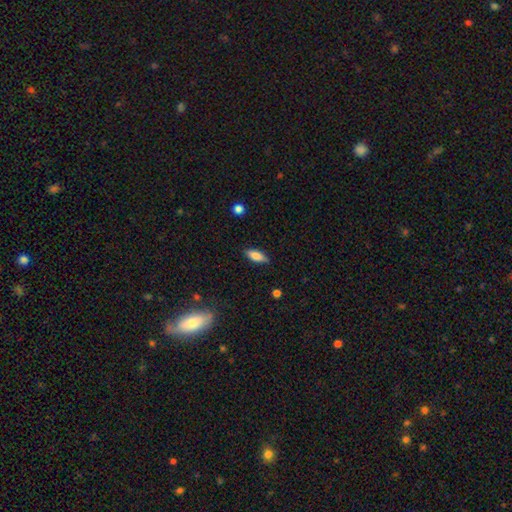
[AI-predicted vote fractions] A smooth galaxy with no disk features (79%) that is in between round and cigar-shaped (71%). Merging: none (80%).